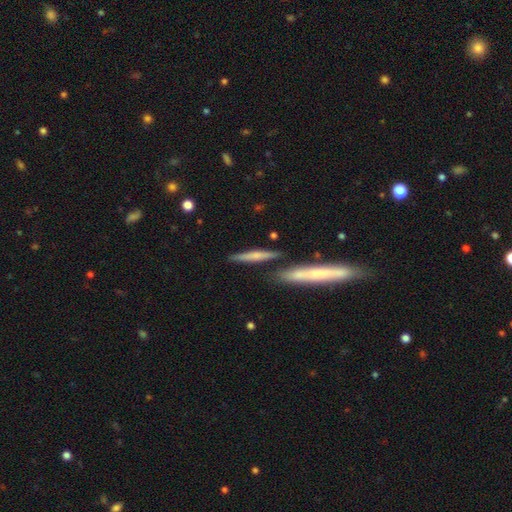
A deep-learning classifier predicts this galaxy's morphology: This appears to be a smooth galaxy with no disk features (53%) that is cigar-shaped (90%). Merging: none (73%).